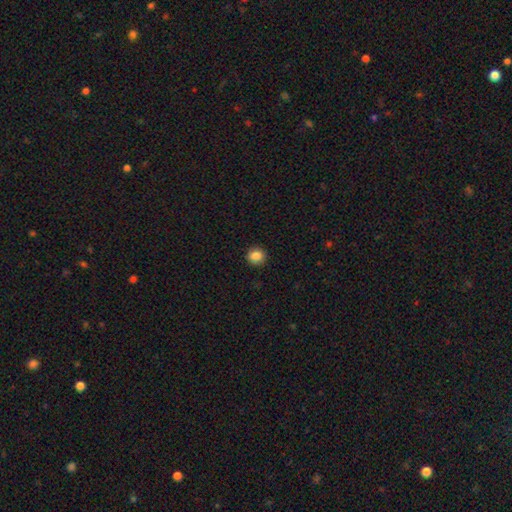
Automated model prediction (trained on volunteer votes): Smooth or featured?
  - smooth: 86% *
  - star or artifact: 10%
  - featured or disk: 4%
How rounded?
  - round: 86% *
  - in between: 13%
  - cigar-shaped: 1%
Merging?
  - none: 91% *
  - minor disturbance: 6%
  - major disturbance: 2%
  - merger: 1%